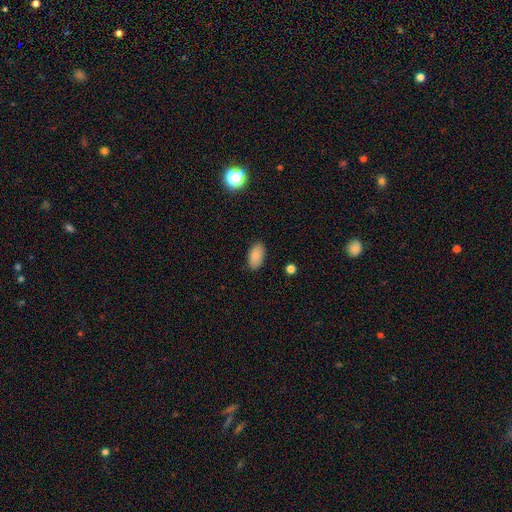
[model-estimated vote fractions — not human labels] Smooth or featured: smooth — 85% (star or artifact — 8%)
How rounded: in between — 94% (round — 4%)
Merging: none — 86% (minor disturbance — 11%)